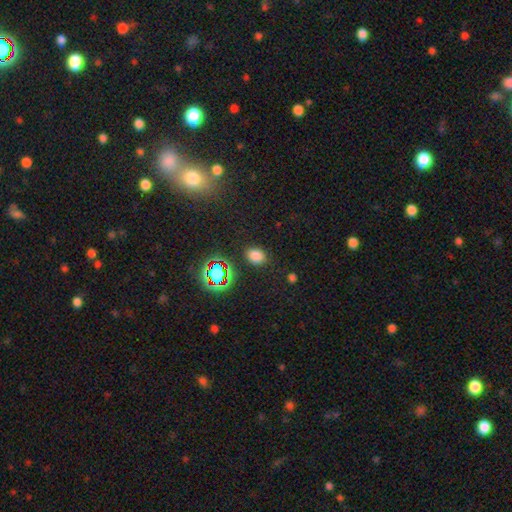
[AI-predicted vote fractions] Morphology: type=smooth (73%); roundness=in between (74%); merging=none (84%).